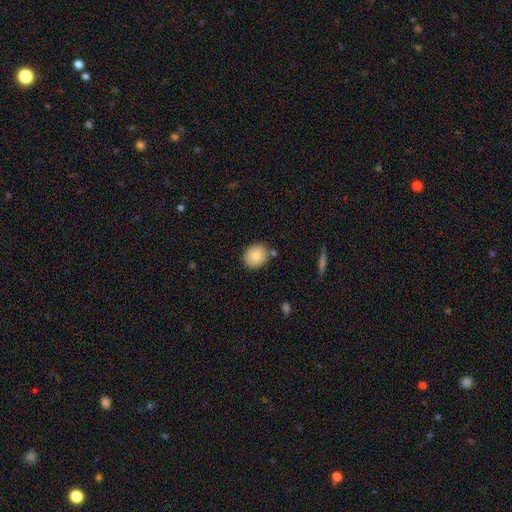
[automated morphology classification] This appears to be a smooth galaxy with no disk features (81%) that is round (72%). Merging: none (81%).